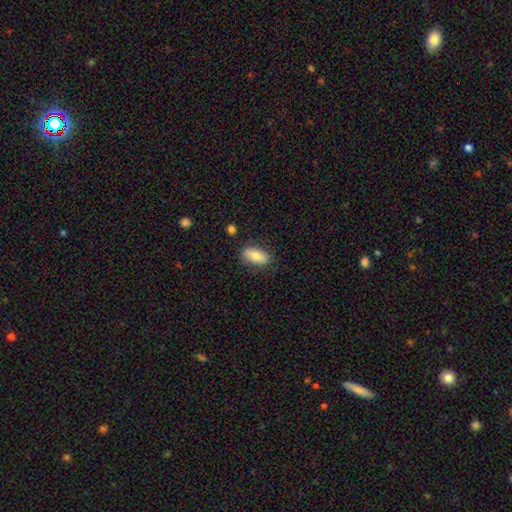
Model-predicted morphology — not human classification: A smooth galaxy with no disk features (79%) that is in between round and cigar-shaped (89%).

Vote fractions:
- Smooth or featured? smooth: 79% / featured or disk: 14% / star or artifact: 7%
- How rounded? in between: 89% / cigar-shaped: 8% / round: 4%
- Merging? none: 81% / minor disturbance: 14% / major disturbance: 3% / merger: 2%